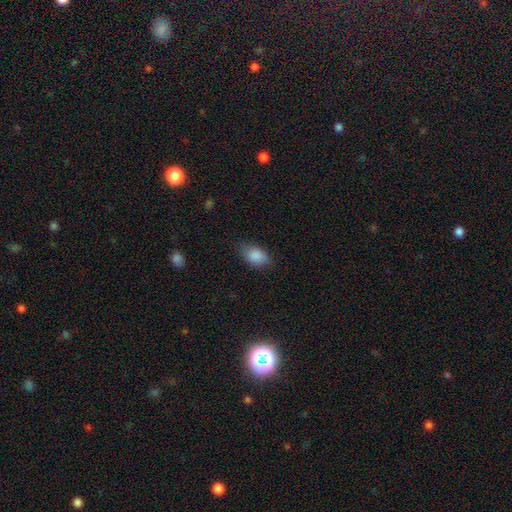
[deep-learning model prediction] Q: Smooth or featured?
A: smooth (87%); runner-up: star or artifact (7%)
Q: How rounded?
A: in between (87%); runner-up: round (11%)
Q: Merging?
A: none (71%); runner-up: minor disturbance (22%)